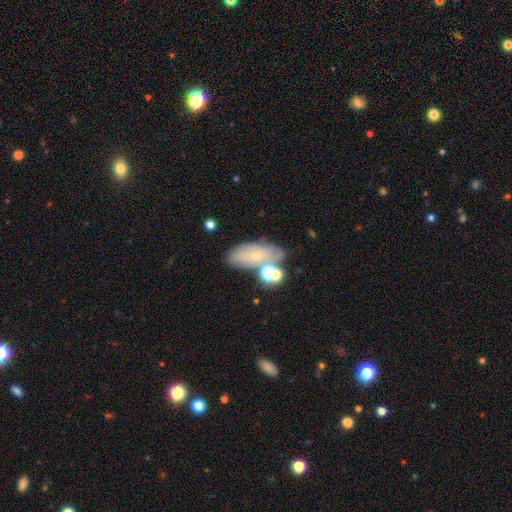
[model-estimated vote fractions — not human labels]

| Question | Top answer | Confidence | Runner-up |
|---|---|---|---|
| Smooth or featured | smooth | 49% | featured or disk (37%) |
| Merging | none | 50% | merger (21%) |